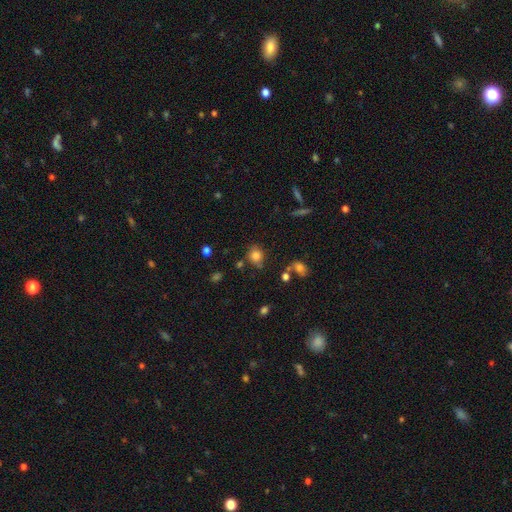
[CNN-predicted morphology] The model was most divided on "how rounded": round: 71%, in between: 28%, cigar-shaped: 1%. More confident: smooth or featured — smooth (81%); merging — none (70%).